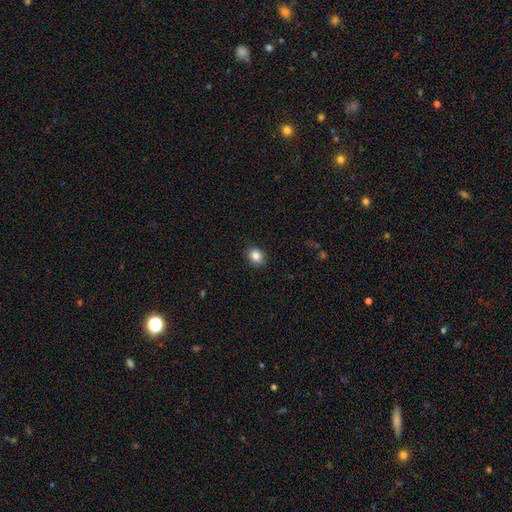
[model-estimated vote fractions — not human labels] Overall: smooth (86%). How rounded: round (56%; in between 43%). Merging: none (87%).